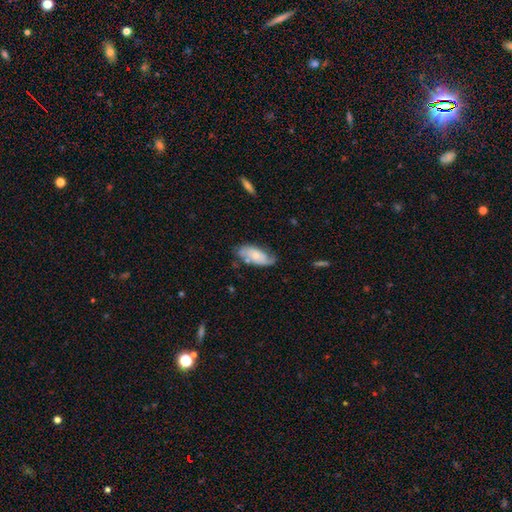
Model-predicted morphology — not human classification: Overall: smooth (48%; featured or disk 46%). Merging: none (57%; minor disturbance 29%).